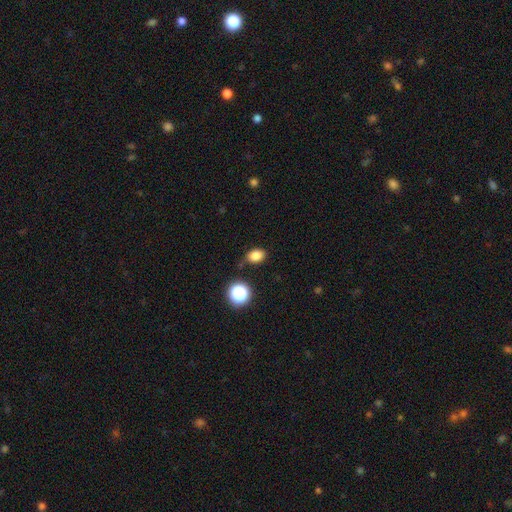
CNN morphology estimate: A smooth galaxy with no disk features (82%) that is in between round and cigar-shaped (75%). Merging: none (80%).